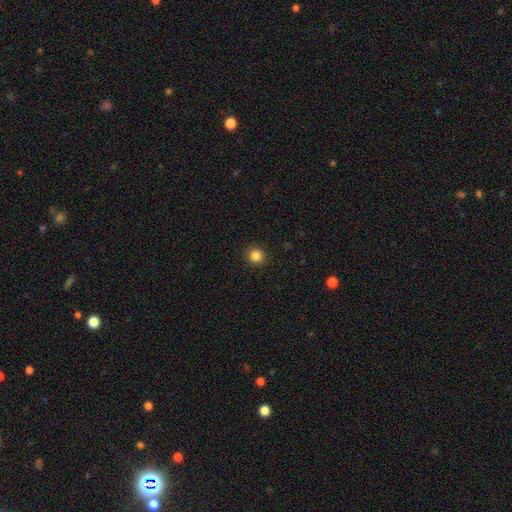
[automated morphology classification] A smooth galaxy with no disk features (84%) that is round (93%).

Vote fractions:
- Smooth or featured? smooth: 84% / star or artifact: 12% / featured or disk: 4%
- How rounded? round: 93% / in between: 6% / cigar-shaped: 1%
- Merging? none: 92% / minor disturbance: 5% / major disturbance: 2% / merger: 1%